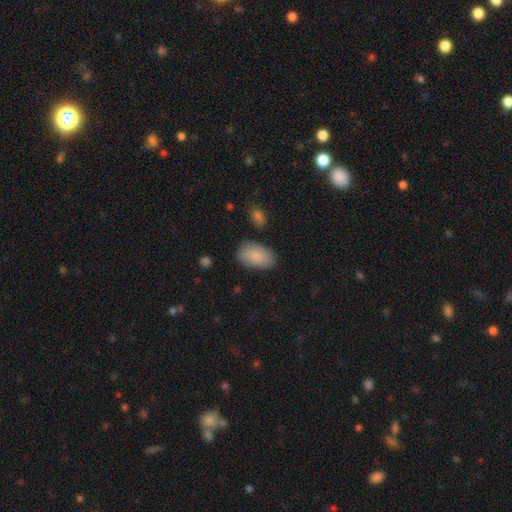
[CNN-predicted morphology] type=smooth (85%); roundness=in between (93%); merging=none (78%).